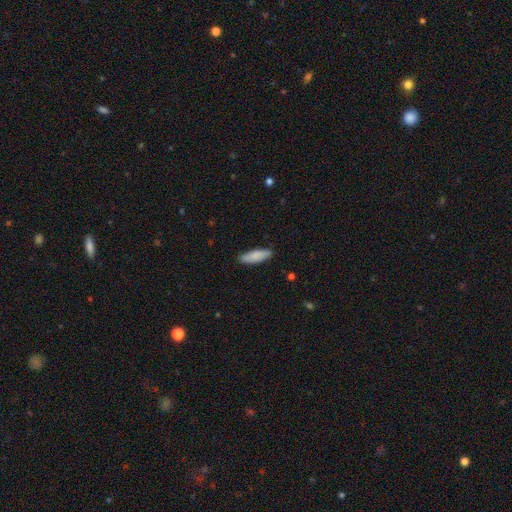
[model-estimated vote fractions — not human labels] The model was most divided on "how rounded": cigar-shaped: 50%, in between: 49%, round: 2%. More confident: merging — none (87%); smooth or featured — smooth (84%).